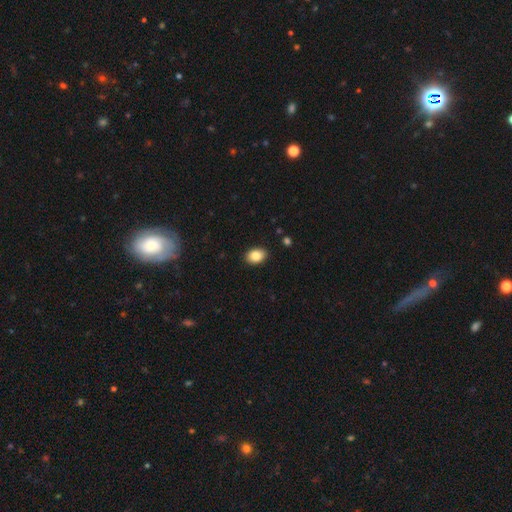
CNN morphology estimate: A smooth galaxy with no disk features (85%) that is in between round and cigar-shaped (78%). Merging: none (89%).